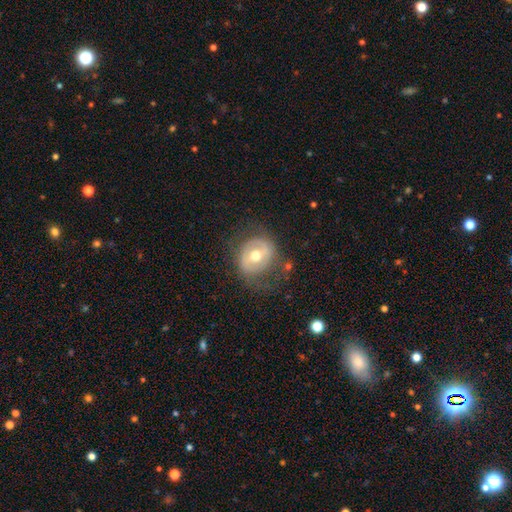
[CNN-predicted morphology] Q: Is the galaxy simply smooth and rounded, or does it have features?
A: featured or disk — 59%.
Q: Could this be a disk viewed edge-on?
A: no — 96%.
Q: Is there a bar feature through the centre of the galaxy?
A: no — 41%.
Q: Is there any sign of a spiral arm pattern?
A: no — 54%.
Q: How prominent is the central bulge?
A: moderate — 76%.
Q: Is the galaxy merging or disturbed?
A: none — 64%.